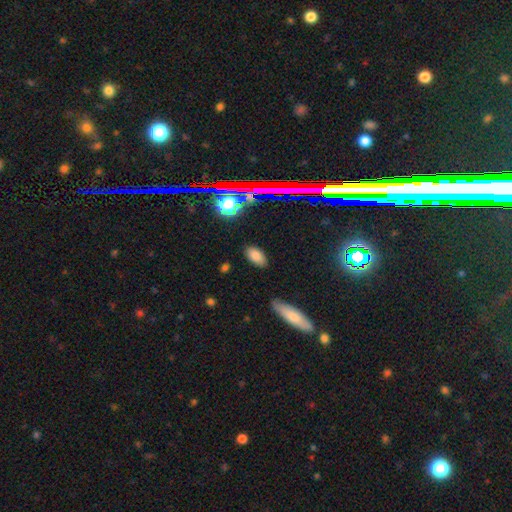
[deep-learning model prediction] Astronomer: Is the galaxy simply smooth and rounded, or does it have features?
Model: smooth — 79%.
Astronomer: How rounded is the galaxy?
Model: in between — 92%.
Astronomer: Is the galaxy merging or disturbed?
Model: none — 84%.